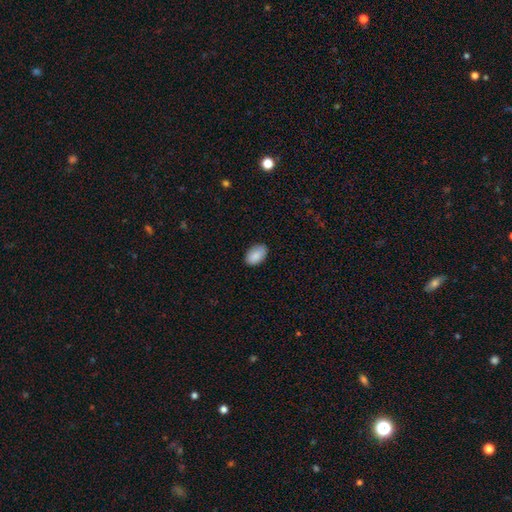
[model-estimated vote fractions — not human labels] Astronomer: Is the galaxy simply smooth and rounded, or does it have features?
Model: smooth — 88%.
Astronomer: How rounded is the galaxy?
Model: in between — 92%.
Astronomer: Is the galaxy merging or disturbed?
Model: none — 87%.